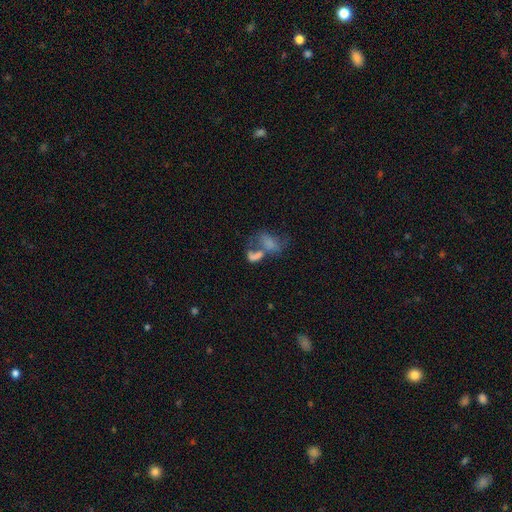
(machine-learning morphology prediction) type=smooth (54%); roundness=in between (84%); merging=merger (60%).